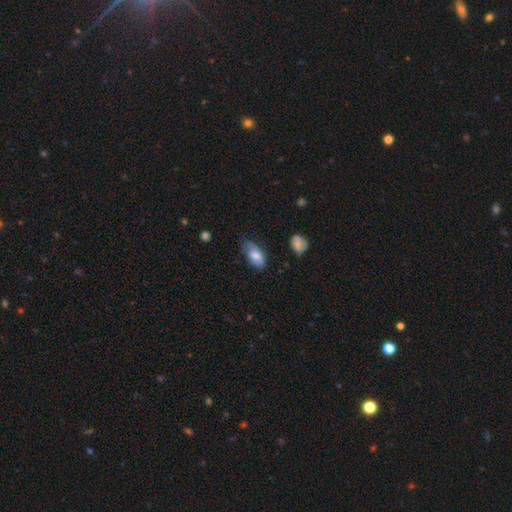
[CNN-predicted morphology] Q: Smooth or featured?
A: smooth (73%); runner-up: featured or disk (20%)
Q: How rounded?
A: in between (91%); runner-up: cigar-shaped (5%)
Q: Merging?
A: none (56%); runner-up: minor disturbance (33%)